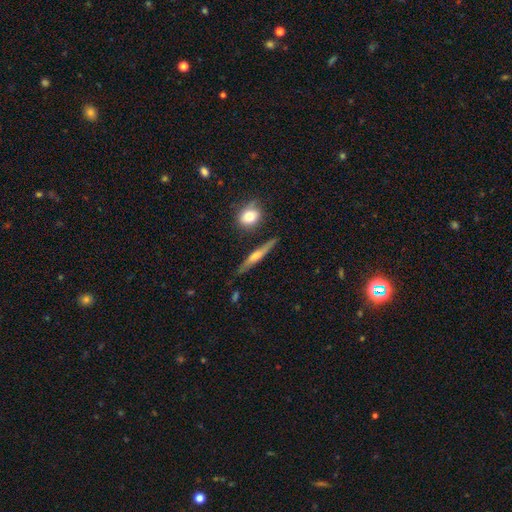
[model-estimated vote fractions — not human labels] Smooth or featured? featured or disk (56%)
Edge-on disk? yes (94%)
Edge-on bulge? rounded (64%)
Merging? none (83%)